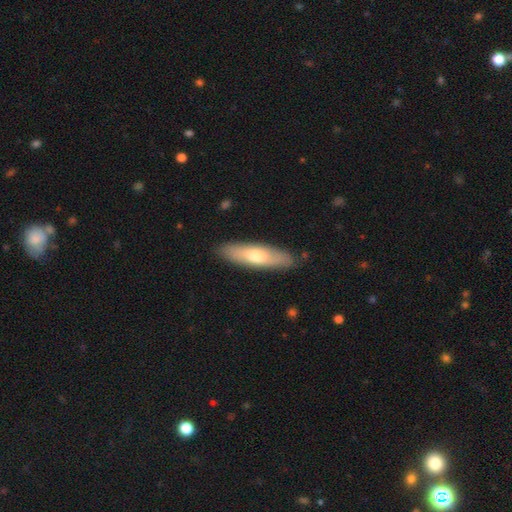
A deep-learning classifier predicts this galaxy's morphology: Smooth or featured? smooth (63%)
How rounded? cigar-shaped (66%)
Merging? none (87%)